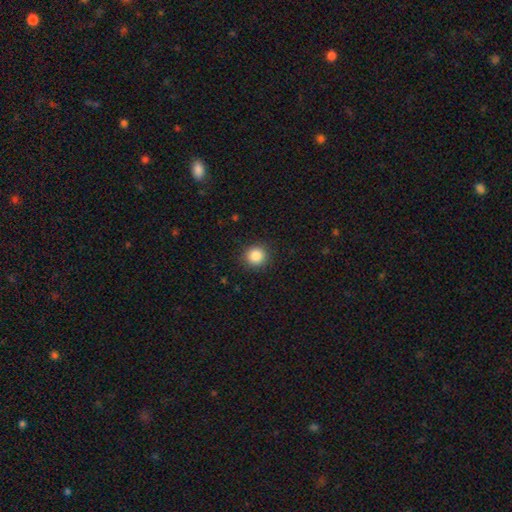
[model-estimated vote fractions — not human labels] The model was most divided on "smooth or featured": smooth: 87%, star or artifact: 10%, featured or disk: 3%. More confident: how rounded — round (92%); merging — none (91%).